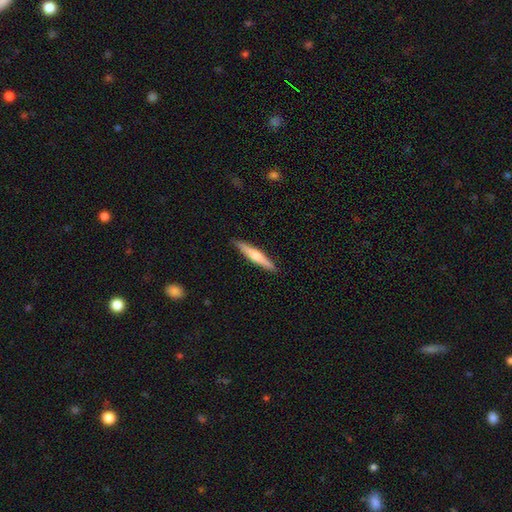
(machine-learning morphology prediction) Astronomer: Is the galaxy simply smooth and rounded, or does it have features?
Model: smooth — 55% (runner-up: featured or disk, 40%).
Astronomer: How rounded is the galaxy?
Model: cigar-shaped — 92%.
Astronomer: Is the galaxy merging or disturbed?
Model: none — 90%.